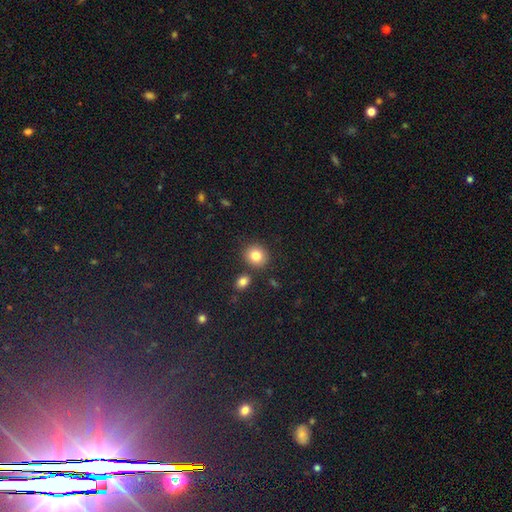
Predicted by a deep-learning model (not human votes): Morphology: type=smooth (83%); roundness=round (81%); merging=none (82%).